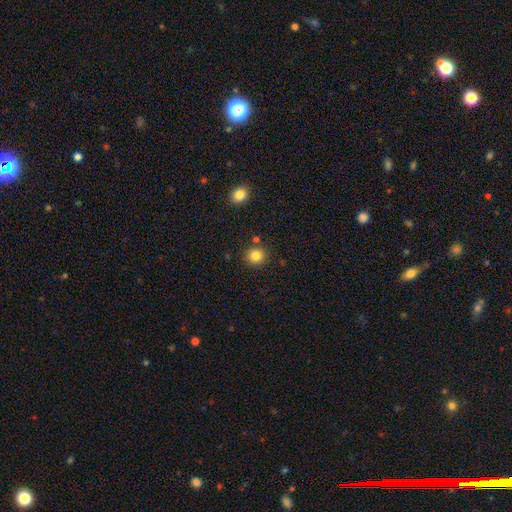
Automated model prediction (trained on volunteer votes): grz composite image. It shows a smooth galaxy with no disk features (84%) that is round (90%). Merging: none (86%).